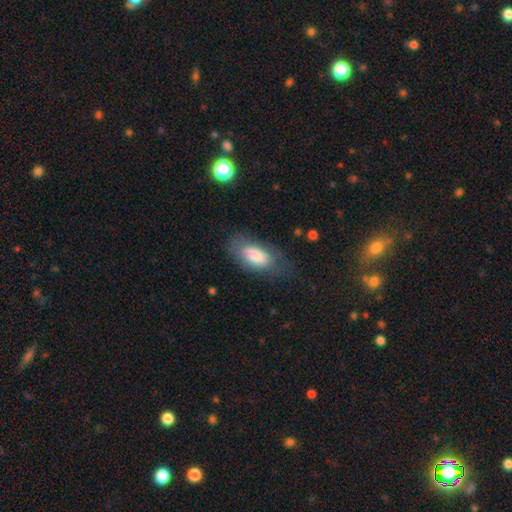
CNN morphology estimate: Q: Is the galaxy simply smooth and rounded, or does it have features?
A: smooth — 76%.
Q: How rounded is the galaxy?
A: in between — 91%.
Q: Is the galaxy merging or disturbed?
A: none — 65%.